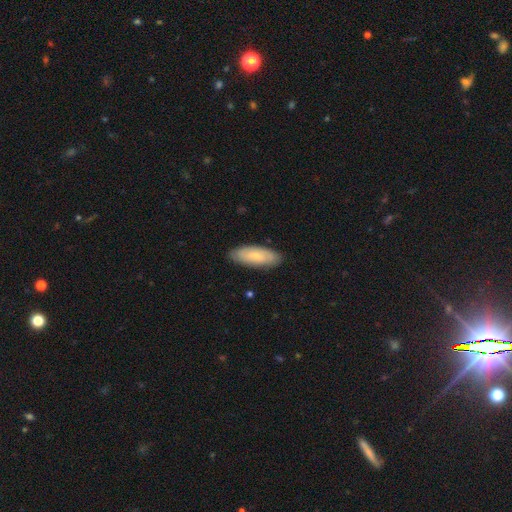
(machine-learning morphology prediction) smooth 71%, featured or disk 24%, star or artifact 5%. Down the decision tree: how rounded — in between (69%); merging — none (86%).